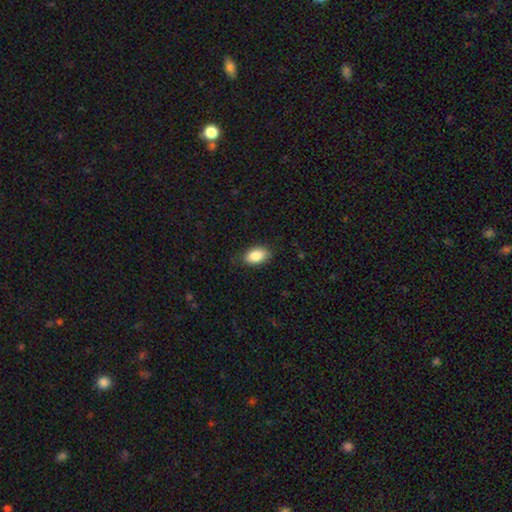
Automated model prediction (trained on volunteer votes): Smooth or featured: smooth — 88% (star or artifact — 7%)
How rounded: in between — 92% (round — 6%)
Merging: none — 82% (minor disturbance — 14%)